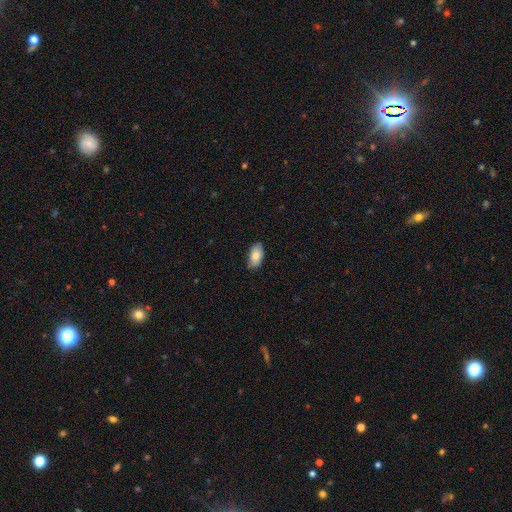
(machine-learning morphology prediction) Overall: smooth (81%). How rounded: in between (94%). Merging: none (82%).